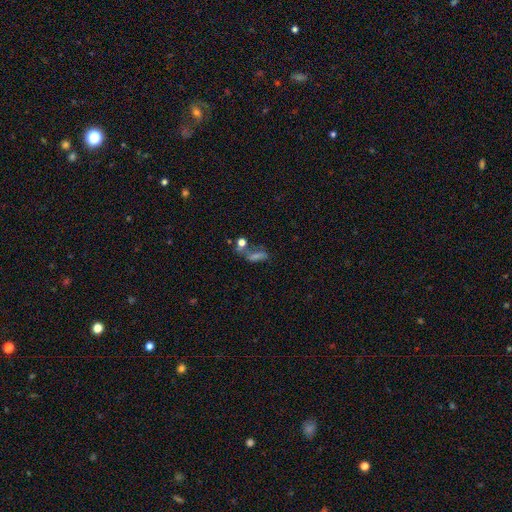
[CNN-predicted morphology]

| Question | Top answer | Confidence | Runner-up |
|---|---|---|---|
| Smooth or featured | smooth | 41% | star or artifact (30%) |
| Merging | none | 47% | merger (24%) |